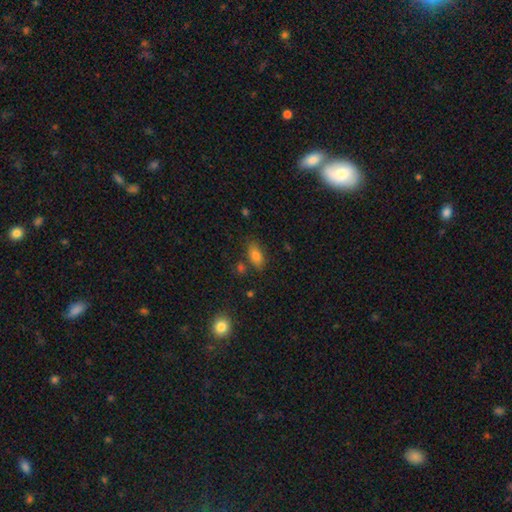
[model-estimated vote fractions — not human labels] Morphology: type=smooth (81%); roundness=in between (87%); merging=none (77%).